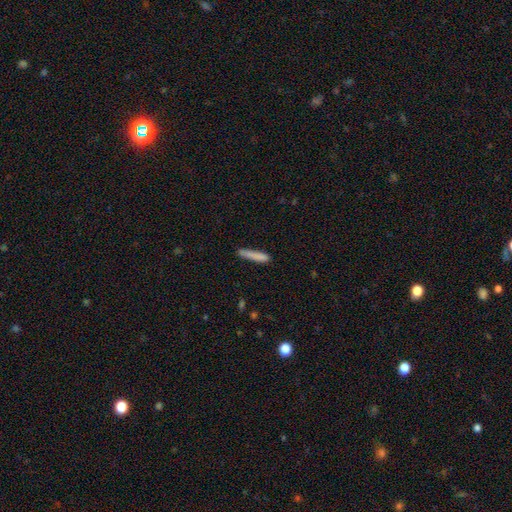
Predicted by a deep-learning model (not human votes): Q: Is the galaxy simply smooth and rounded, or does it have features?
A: smooth — 82%.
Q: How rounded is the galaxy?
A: cigar-shaped — 93%.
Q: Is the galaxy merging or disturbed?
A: none — 78%.